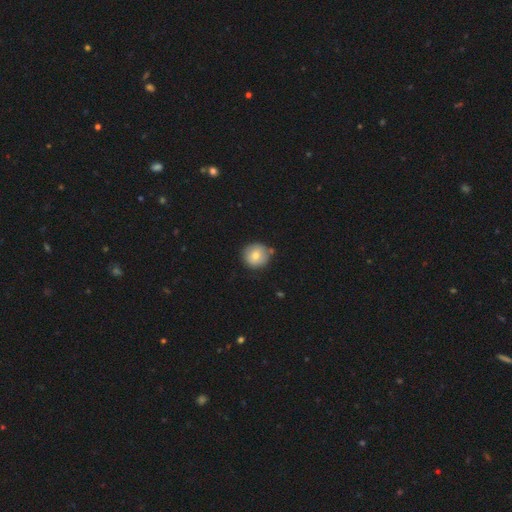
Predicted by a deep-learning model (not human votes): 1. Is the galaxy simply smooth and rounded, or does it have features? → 76% smooth, 15% featured or disk, 9% star or artifact.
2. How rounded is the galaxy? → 92% round, 7% in between, 1% cigar-shaped.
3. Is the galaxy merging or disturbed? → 76% none, 16% minor disturbance, 5% merger, 3% major disturbance.